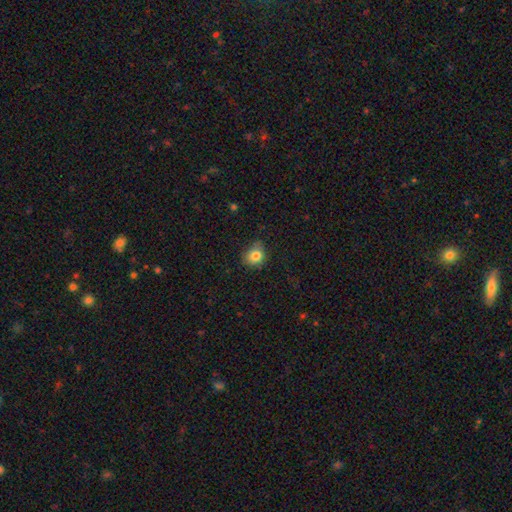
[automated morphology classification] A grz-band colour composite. It shows a smooth galaxy with no disk features (81%) that is round (66%). Merging: none (67%).